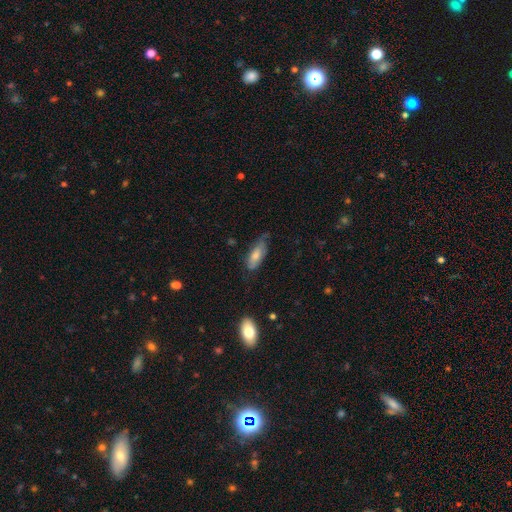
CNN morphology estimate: smooth-or-featured: smooth: 67% | featured or disk: 26% | star or artifact: 7%
  how-rounded: in between: 74% | cigar-shaped: 24% | round: 2%
  merging: none: 46% | minor disturbance: 39% | major disturbance: 13% | merger: 2%